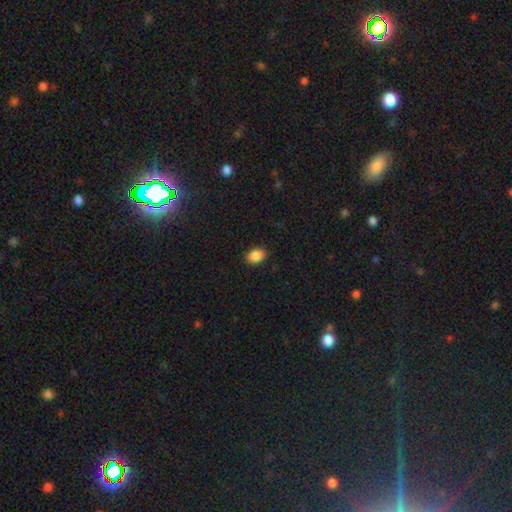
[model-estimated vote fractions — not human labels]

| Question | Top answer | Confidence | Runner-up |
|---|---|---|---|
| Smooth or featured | smooth | 88% | star or artifact (8%) |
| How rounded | in between | 78% | round (21%) |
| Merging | none | 89% | minor disturbance (8%) |